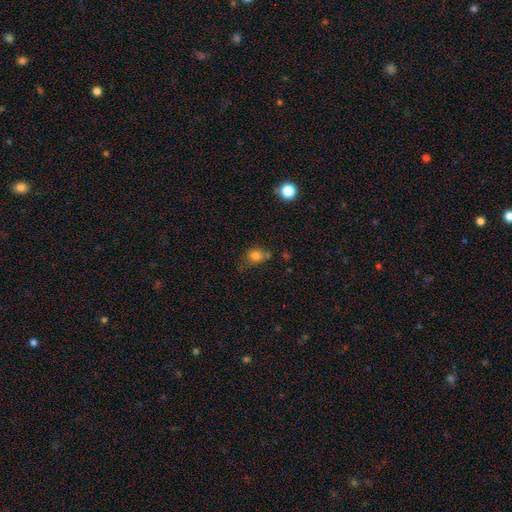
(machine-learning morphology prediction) smooth-or-featured: smooth: 78% | star or artifact: 14% | featured or disk: 8%
  how-rounded: round: 60% | in between: 39% | cigar-shaped: 1%
  merging: none: 53% | minor disturbance: 27% | merger: 10% | major disturbance: 9%